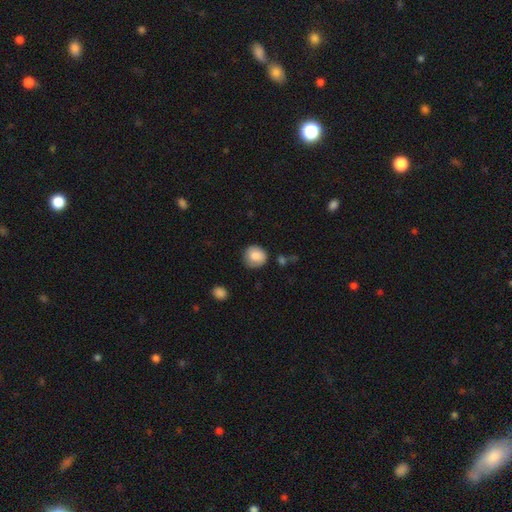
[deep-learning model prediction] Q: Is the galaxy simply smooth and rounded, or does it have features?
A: smooth — 84%.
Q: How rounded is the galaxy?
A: round — 87%.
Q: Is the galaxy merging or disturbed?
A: none — 77%.